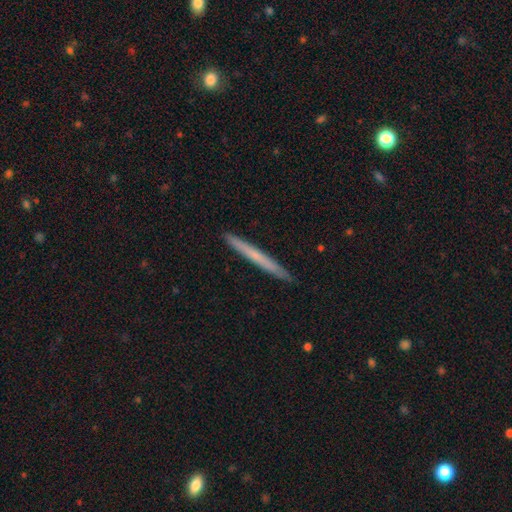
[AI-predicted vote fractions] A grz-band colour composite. It shows a smooth galaxy with no disk features (52%) that is cigar-shaped (97%). Merging: none (93%).